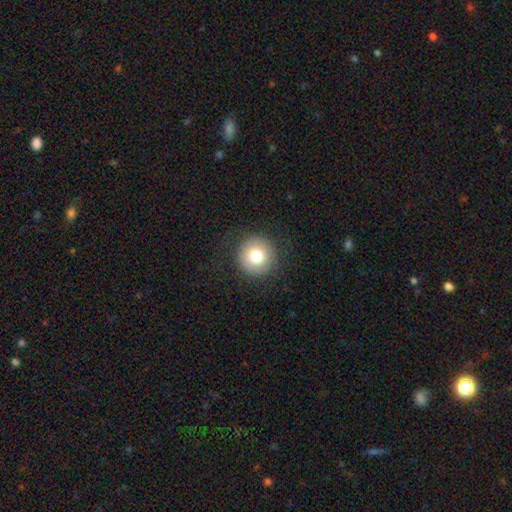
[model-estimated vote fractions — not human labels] smooth-or-featured: smooth: 78% | featured or disk: 12% | star or artifact: 10%
  how-rounded: round: 95% | in between: 4% | cigar-shaped: 1%
  merging: none: 86% | minor disturbance: 8% | major disturbance: 4% | merger: 1%